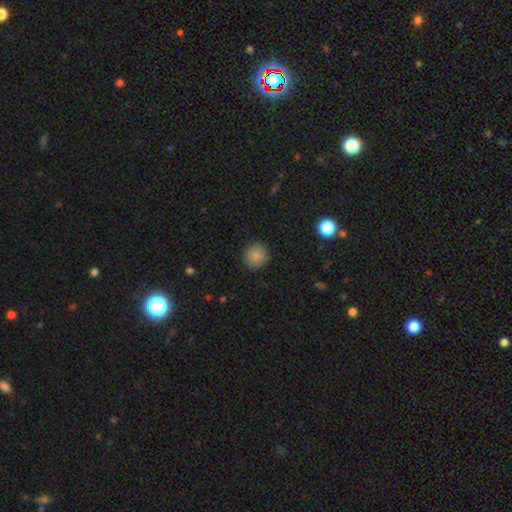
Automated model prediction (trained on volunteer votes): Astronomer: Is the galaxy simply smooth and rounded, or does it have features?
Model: smooth — 83%.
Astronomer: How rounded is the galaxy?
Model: round — 92%.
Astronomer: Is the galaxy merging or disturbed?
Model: none — 88%.